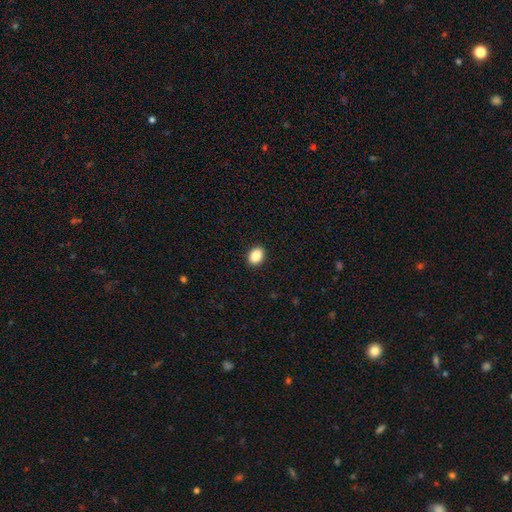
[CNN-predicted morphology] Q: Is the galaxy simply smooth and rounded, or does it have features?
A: smooth — 87%.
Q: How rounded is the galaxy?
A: in between — 66%.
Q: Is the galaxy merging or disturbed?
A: none — 91%.